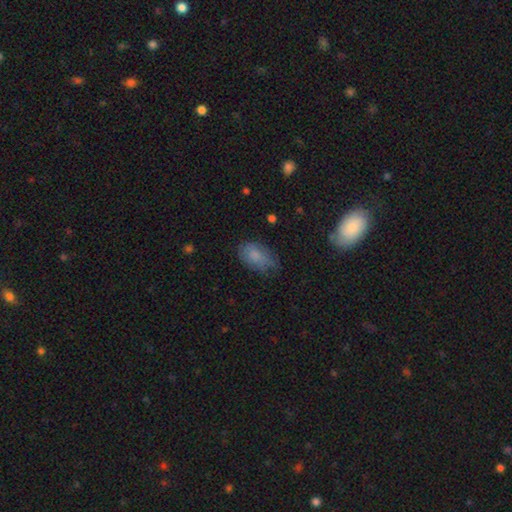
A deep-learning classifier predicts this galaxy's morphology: A smooth galaxy with no disk features (78%) that is in between round and cigar-shaped (90%). Merging: none (55%).